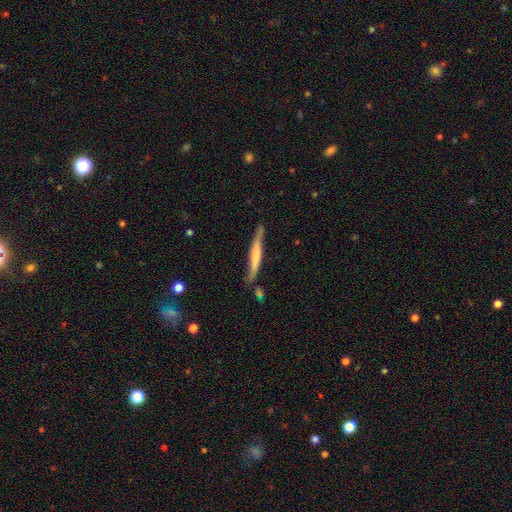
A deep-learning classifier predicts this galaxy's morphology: Overall: featured or disk (48%; smooth 47%). Merging: none (69%).